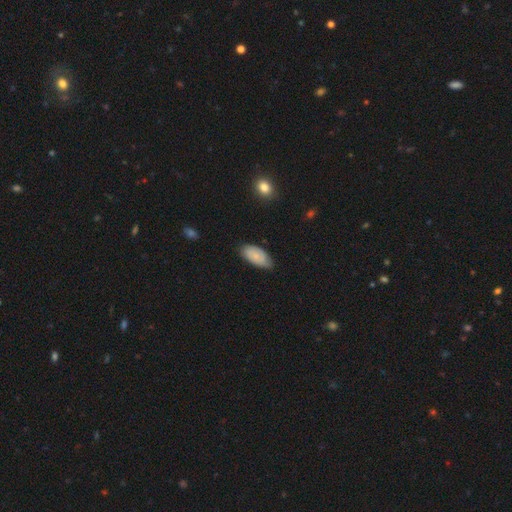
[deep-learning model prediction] A smooth galaxy with no disk features (66%) that is in between round and cigar-shaped (94%).

Vote fractions:
- Smooth or featured? smooth: 66% / featured or disk: 28% / star or artifact: 7%
- How rounded? in between: 94% / cigar-shaped: 3% / round: 3%
- Merging? none: 71% / minor disturbance: 24% / major disturbance: 4% / merger: 1%